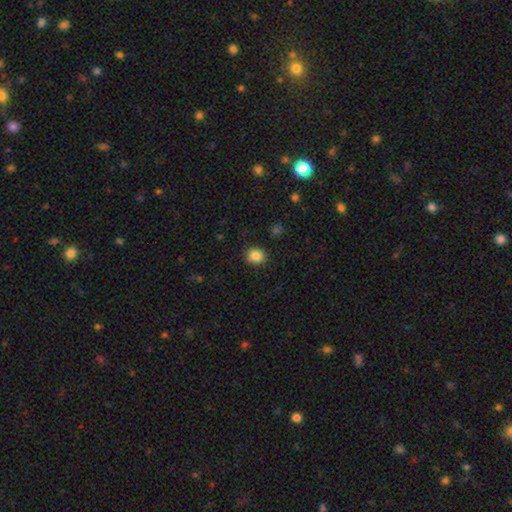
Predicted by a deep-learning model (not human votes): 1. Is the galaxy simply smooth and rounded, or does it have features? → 85% smooth, 10% star or artifact, 5% featured or disk.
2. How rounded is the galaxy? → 73% round, 26% in between, 1% cigar-shaped.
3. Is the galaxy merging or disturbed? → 88% none, 8% minor disturbance, 2% major disturbance, 1% merger.